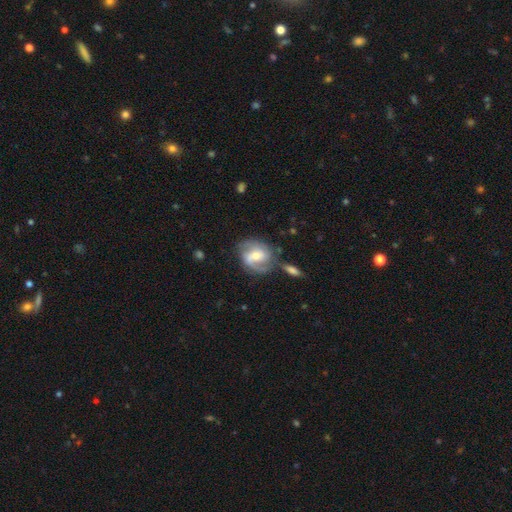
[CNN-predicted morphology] Smooth or featured? Predicted: featured or disk (p=0.73). Edge-on disk? Predicted: no (p=0.97). Bar? Predicted: weak (p=0.46). Spiral arms? Predicted: yes (p=0.91). Spiral winding? Predicted: medium (p=0.46). Spiral arm count? Predicted: 2 (p=0.74). Bulge size? Predicted: moderate (p=0.57). Merging? Predicted: none (p=0.60).